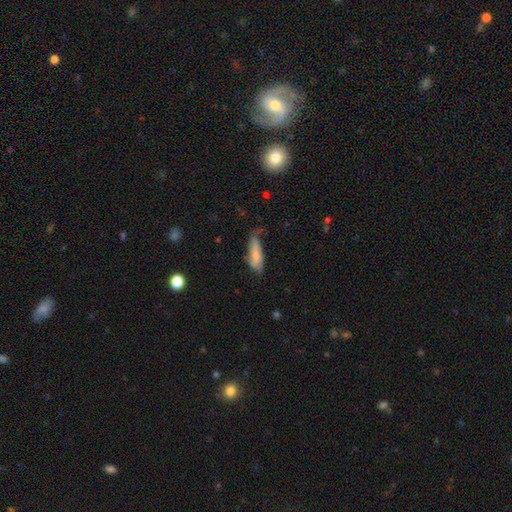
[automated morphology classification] This appears to be a smooth galaxy with no disk features (76%) that is in between round and cigar-shaped (53%). Merging: minor disturbance (41%).